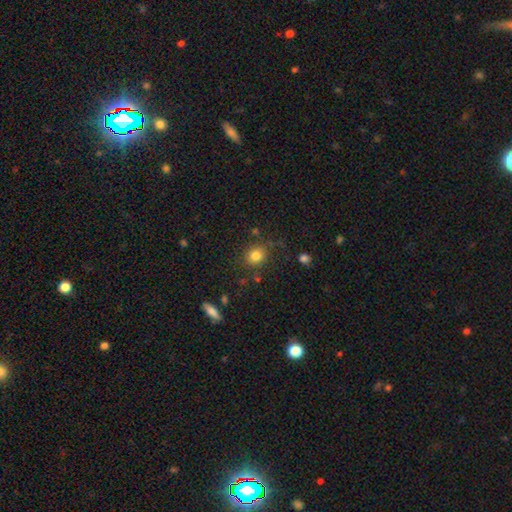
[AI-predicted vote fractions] smooth_or_featured: smooth (p=0.81) [alt: star or artifact p=0.12]
how_rounded: round (p=0.73) [alt: in between p=0.26]
merging: none (p=0.78) [alt: minor disturbance p=0.13]